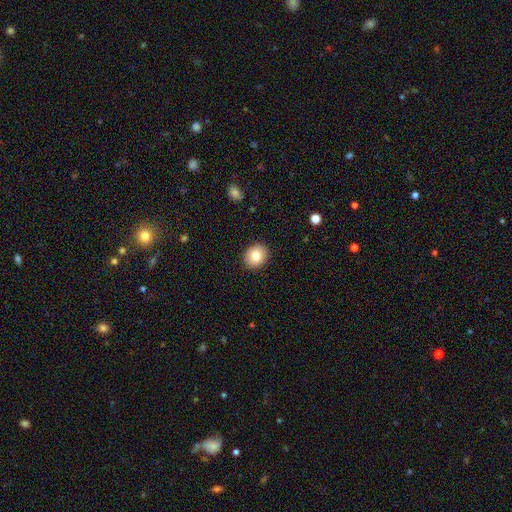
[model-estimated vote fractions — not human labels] Q: Smooth or featured?
A: smooth (81%); runner-up: featured or disk (10%)
Q: How rounded?
A: round (71%); runner-up: in between (28%)
Q: Merging?
A: none (91%); runner-up: minor disturbance (6%)